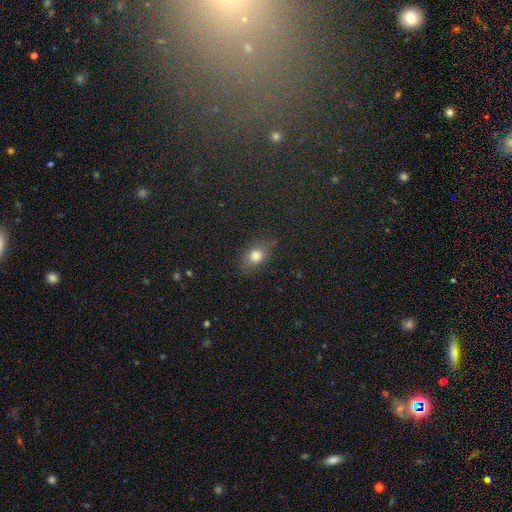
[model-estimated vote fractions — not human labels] Q: Smooth or featured?
A: smooth (78%); runner-up: star or artifact (12%)
Q: How rounded?
A: in between (69%); runner-up: round (27%)
Q: Merging?
A: none (78%); runner-up: minor disturbance (16%)